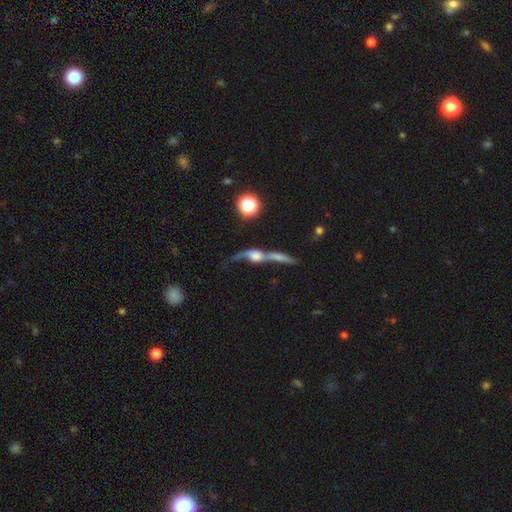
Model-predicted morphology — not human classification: Overall: featured or disk (60%; smooth 29%). Edge-on disk: no (56%; yes 44%). Merging: merger (56%; none 22%).